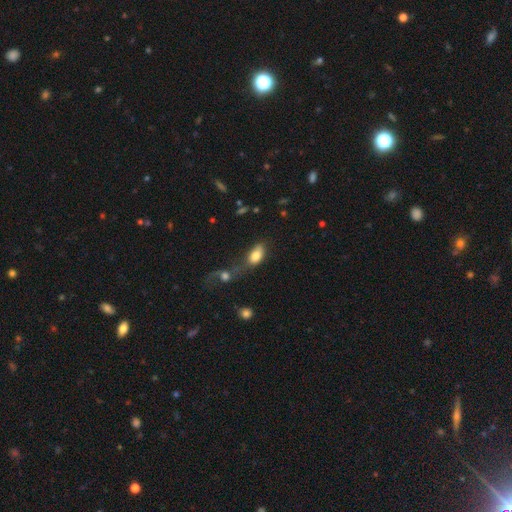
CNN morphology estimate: This is likely a smooth galaxy (79%). How rounded: clearly in between (89%). Merging: marginally merger (41%).